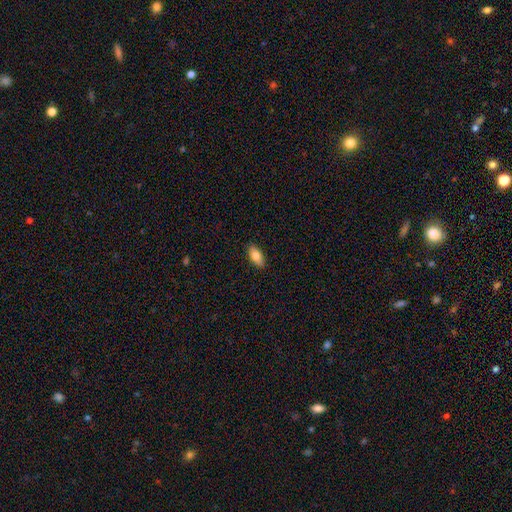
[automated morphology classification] The model was most divided on "smooth or featured": smooth: 81%, featured or disk: 12%, star or artifact: 7%. More confident: merging — none (89%); how rounded — in between (87%).